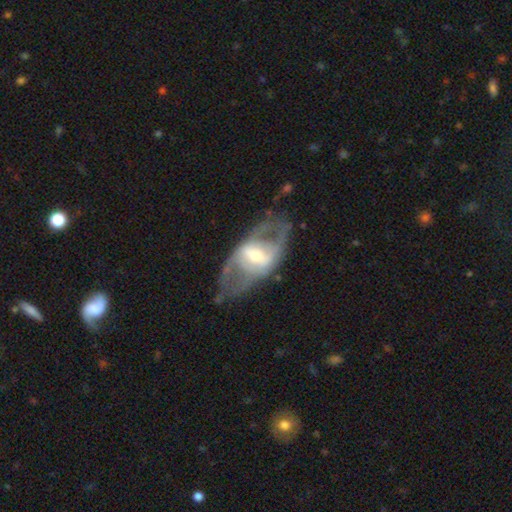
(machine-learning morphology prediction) featured or disk 76%, smooth 18%, star or artifact 6%. Down the decision tree: edge-on disk — no (89%); bar — strong (48%); spiral arms — yes (60%); bulge size — moderate (52%); merging — none (62%).